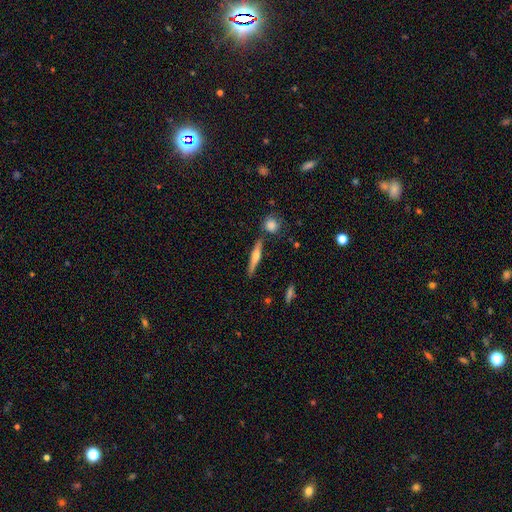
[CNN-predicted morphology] The model was most divided on "smooth or featured": featured or disk: 54%, smooth: 40%, star or artifact: 7%. More confident: edge-on disk — yes (95%); edge-on bulge — rounded (86%); merging — none (81%).